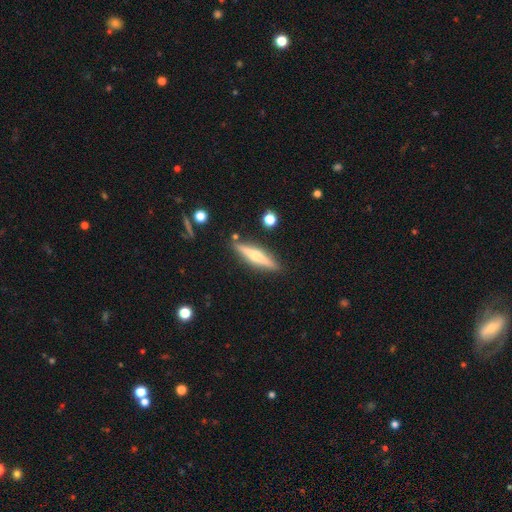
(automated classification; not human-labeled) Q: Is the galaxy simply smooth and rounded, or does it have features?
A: featured or disk — 62%.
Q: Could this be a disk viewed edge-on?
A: yes — 96%.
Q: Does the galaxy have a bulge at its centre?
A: rounded — 85%.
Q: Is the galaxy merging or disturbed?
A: none — 87%.